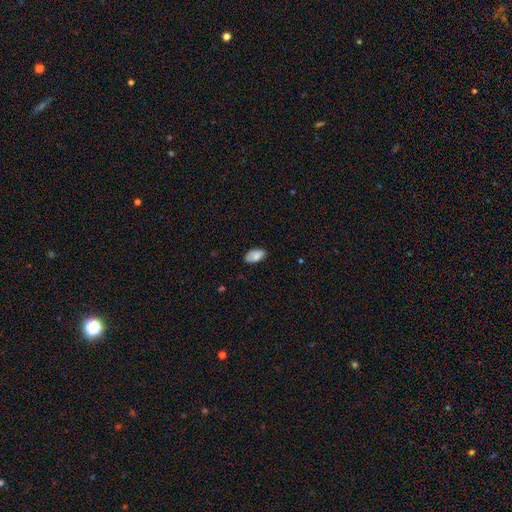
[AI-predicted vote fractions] This appears to be a smooth galaxy with no disk features (80%) that is in between round and cigar-shaped (94%). Merging: none (74%).